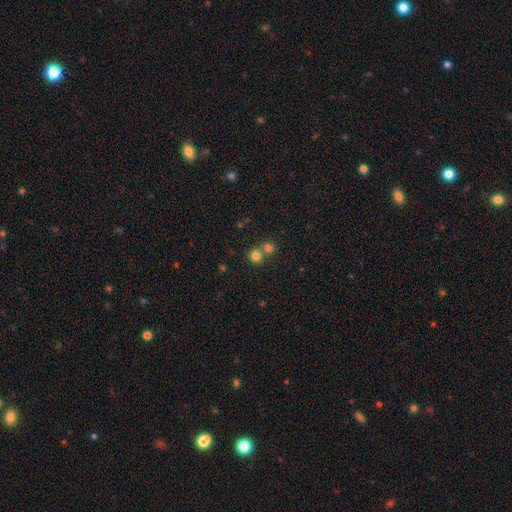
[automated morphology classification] Overall: smooth (79%). How rounded: round (89%). Merging: none (53%; merger 39%).